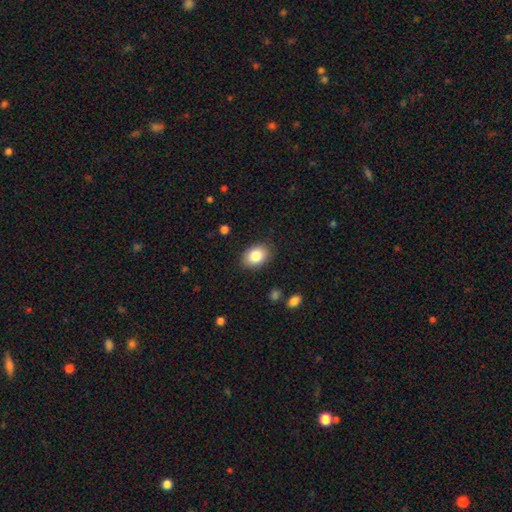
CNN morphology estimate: Overall: smooth (84%). How rounded: in between (75%). Merging: none (87%).